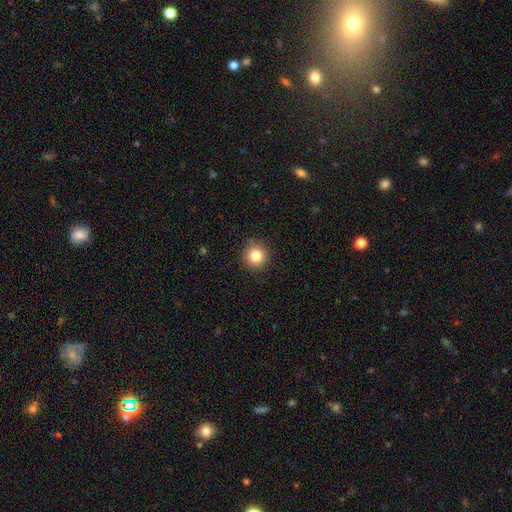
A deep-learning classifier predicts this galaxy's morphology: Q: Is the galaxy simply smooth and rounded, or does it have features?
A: smooth — 83%.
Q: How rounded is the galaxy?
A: round — 93%.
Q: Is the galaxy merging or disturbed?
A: none — 89%.